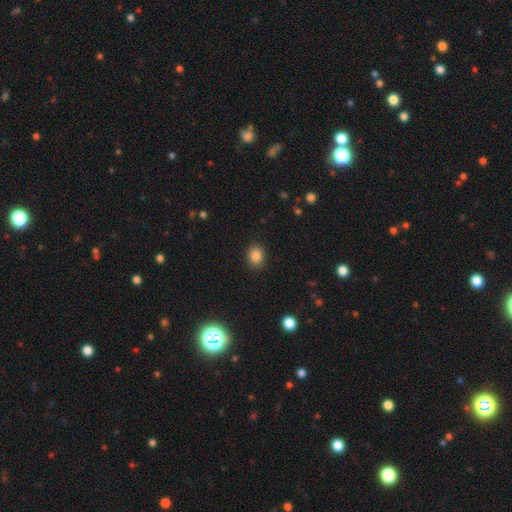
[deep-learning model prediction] Smooth or featured: smooth — 85% (star or artifact — 10%)
How rounded: in between — 53% (round — 46%)
Merging: none — 89% (minor disturbance — 8%)